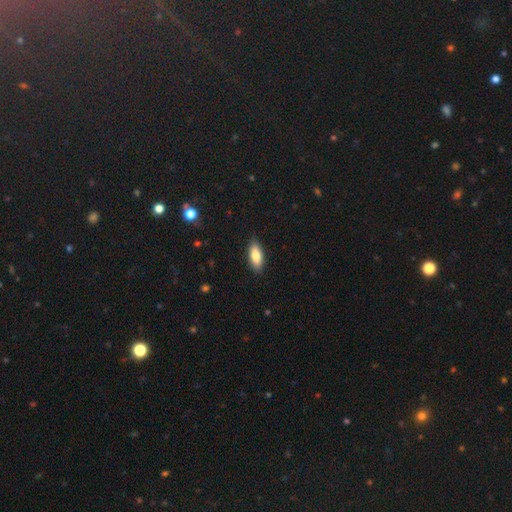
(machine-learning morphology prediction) The model was most divided on "how rounded": in between: 82%, cigar-shaped: 16%, round: 2%. More confident: merging — none (88%); smooth or featured — smooth (83%).